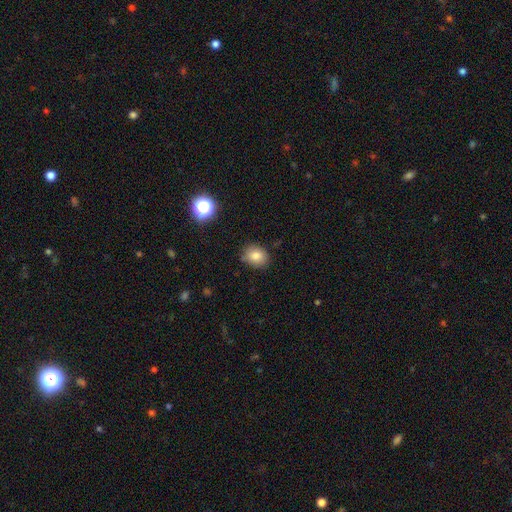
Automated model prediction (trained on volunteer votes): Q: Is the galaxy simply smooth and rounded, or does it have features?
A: smooth — 81%.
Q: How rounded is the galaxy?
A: round — 53%.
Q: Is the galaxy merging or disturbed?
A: none — 81%.